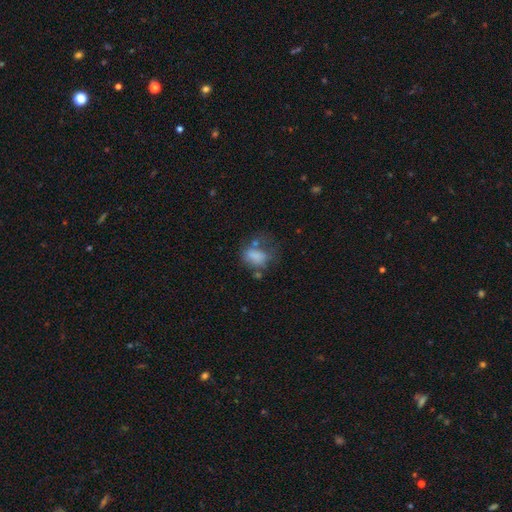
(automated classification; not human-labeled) Overall: smooth (70%). How rounded: in between (74%). Merging: major disturbance (33%; none 29%).